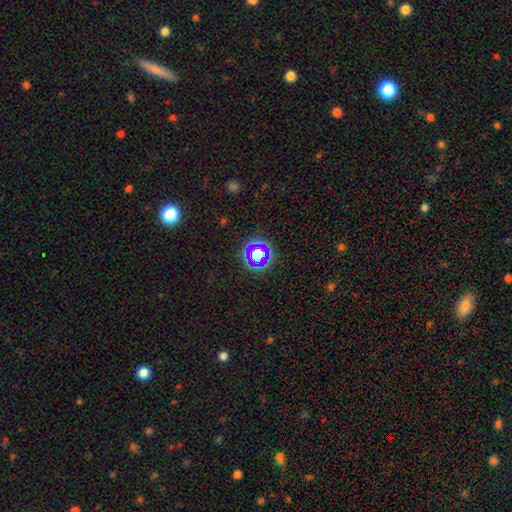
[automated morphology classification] Q: Smooth or featured?
A: star or artifact (54%); runner-up: smooth (34%)